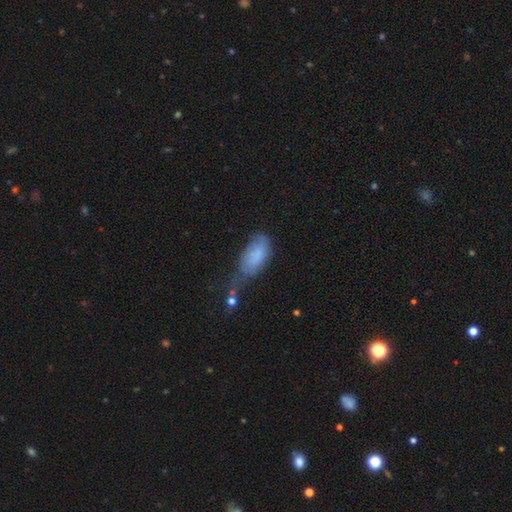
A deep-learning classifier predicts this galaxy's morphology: The model was most divided on "merging": minor disturbance: 34%, major disturbance: 33%, none: 21%, merger: 12%. More confident: how rounded — in between (89%); smooth or featured — smooth (72%).